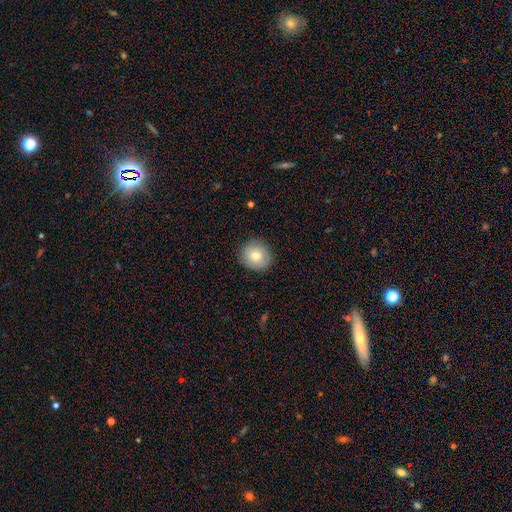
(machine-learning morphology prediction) The model was most divided on "smooth or featured": smooth: 75%, featured or disk: 16%, star or artifact: 9%. More confident: how rounded — round (86%); merging — none (86%).